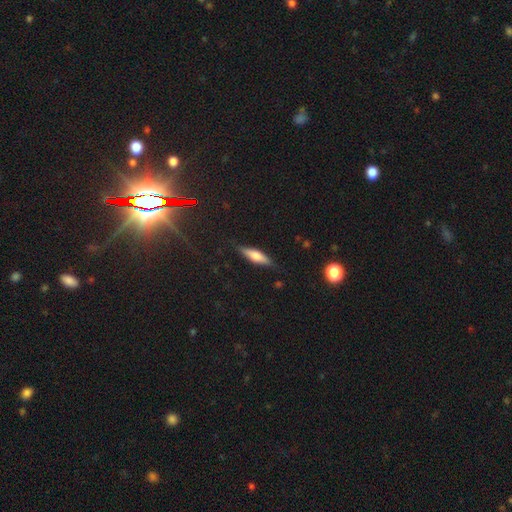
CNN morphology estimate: The model was most divided on "smooth or featured": smooth: 57%, featured or disk: 35%, star or artifact: 7%. More confident: merging — none (83%); how rounded — cigar-shaped (64%).